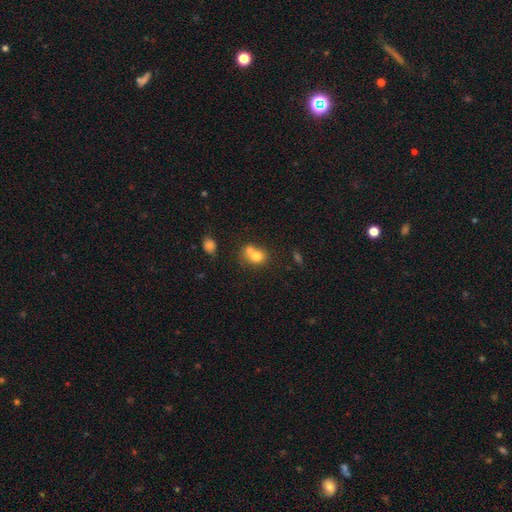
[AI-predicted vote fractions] smooth 73%, featured or disk 17%, star or artifact 11%. Down the decision tree: how rounded — round (63%); merging — merger (58%).